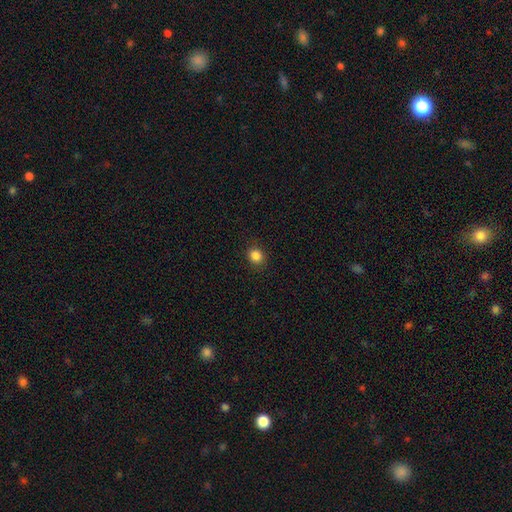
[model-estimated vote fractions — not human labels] smooth-or-featured: smooth: 85% | star or artifact: 11% | featured or disk: 3%
  how-rounded: round: 73% | in between: 26% | cigar-shaped: 1%
  merging: none: 89% | minor disturbance: 8% | major disturbance: 2% | merger: 1%